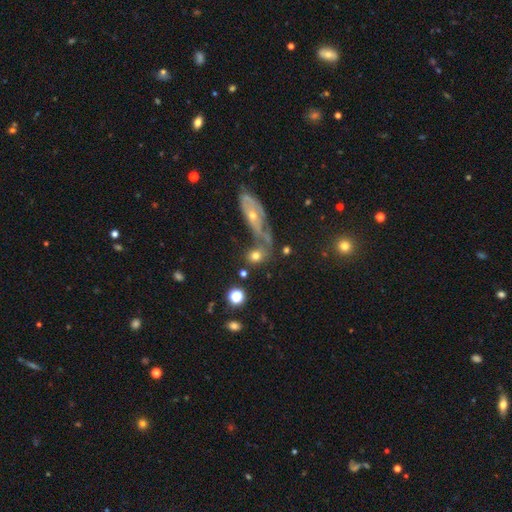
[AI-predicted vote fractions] This is likely a smooth galaxy (68%). How rounded: possibly round (56%). Merging: possibly none (51%).